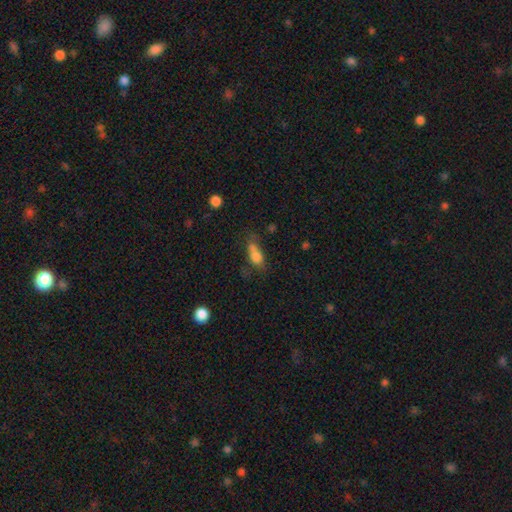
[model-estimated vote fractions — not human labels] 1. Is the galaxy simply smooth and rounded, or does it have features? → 73% smooth, 15% featured or disk, 12% star or artifact.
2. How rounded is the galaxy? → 70% in between, 16% cigar-shaped, 14% round.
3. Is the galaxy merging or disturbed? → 34% none, 24% merger, 24% minor disturbance, 18% major disturbance.